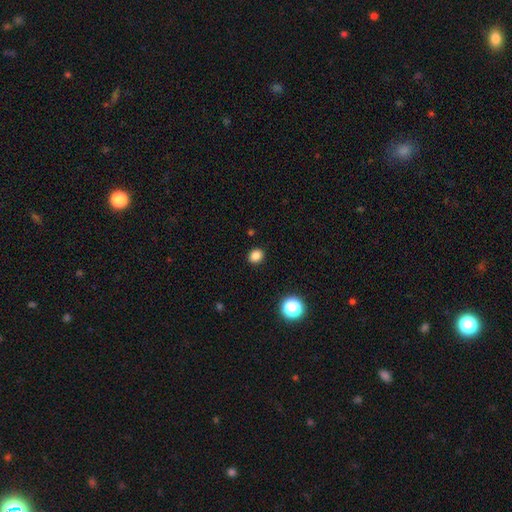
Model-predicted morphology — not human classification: Overall: smooth (84%). How rounded: round (67%; in between 32%). Merging: none (91%).